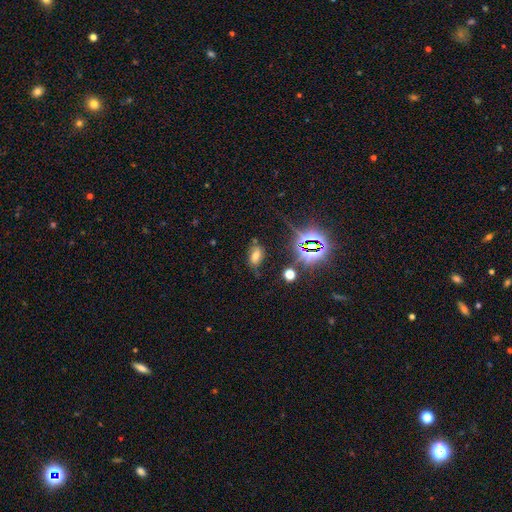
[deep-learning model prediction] Overall: smooth (47%; star or artifact 37%). Merging: none (65%).